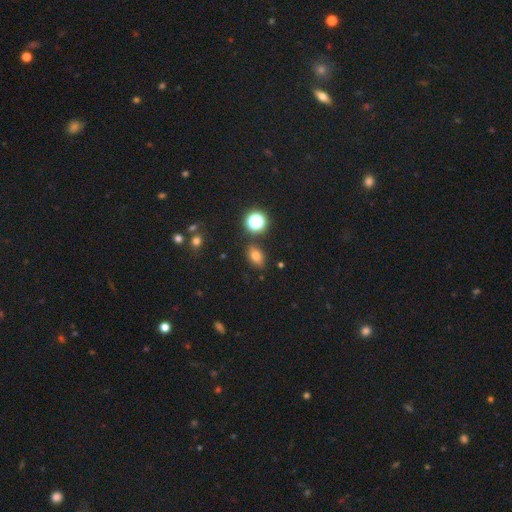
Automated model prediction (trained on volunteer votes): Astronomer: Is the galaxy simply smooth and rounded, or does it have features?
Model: smooth — 70%.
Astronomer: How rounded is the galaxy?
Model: in between — 75%.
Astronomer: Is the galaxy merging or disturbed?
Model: none — 81%.